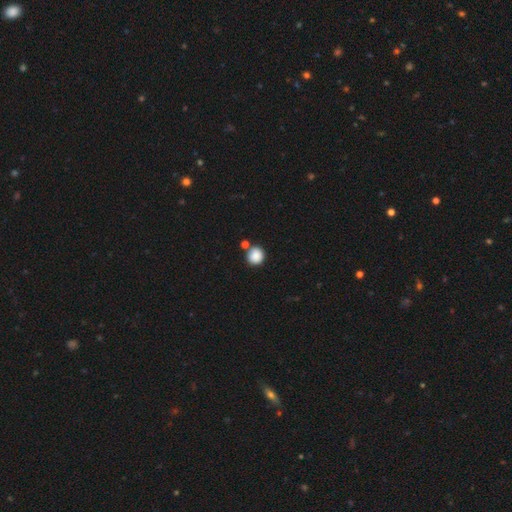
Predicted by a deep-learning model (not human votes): A smooth galaxy with no disk features (87%) that is round (90%). Merging: none (71%).